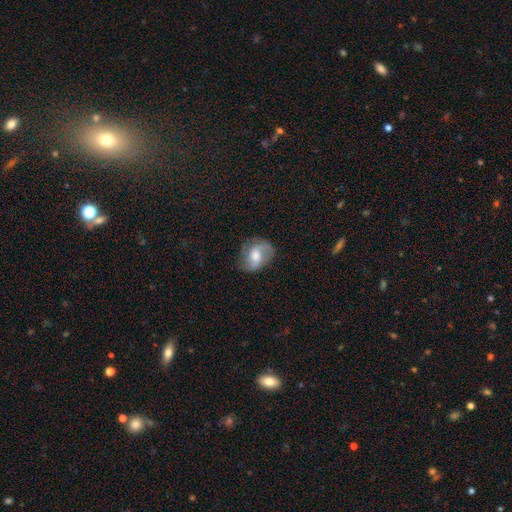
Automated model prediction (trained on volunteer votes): The model was most divided on "bar": no: 51%, weak: 40%, strong: 9%. More confident: edge-on disk — no (96%); spiral arms — yes (86%); merging — none (64%); smooth or featured — featured or disk (57%); bulge size — moderate (53%).